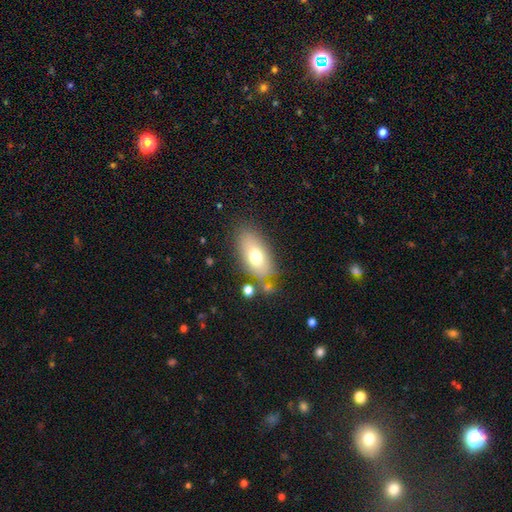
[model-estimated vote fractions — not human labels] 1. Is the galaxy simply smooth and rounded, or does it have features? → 70% smooth, 21% featured or disk, 9% star or artifact.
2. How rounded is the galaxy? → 87% in between, 7% cigar-shaped, 6% round.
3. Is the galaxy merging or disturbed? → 72% none, 16% minor disturbance, 7% merger, 6% major disturbance.